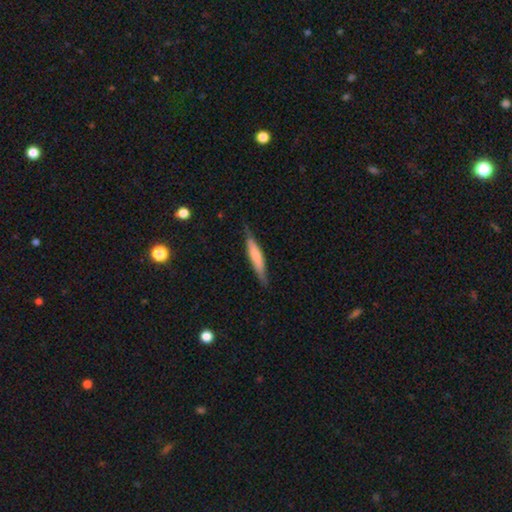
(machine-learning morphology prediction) This is likely a smooth galaxy (62%). How rounded: clearly cigar-shaped (88%). Merging: likely none (76%).